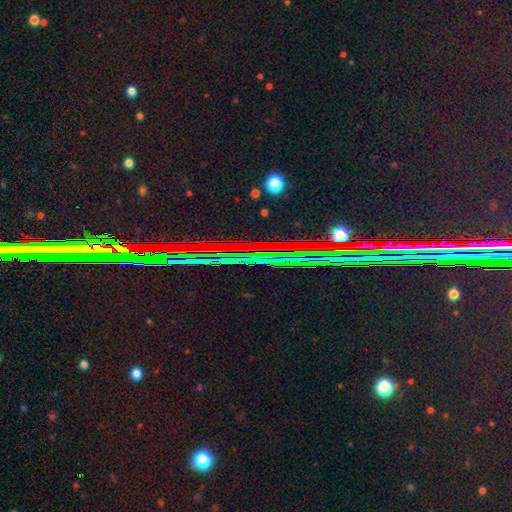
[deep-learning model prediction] Morphology: type=star or artifact (76%).